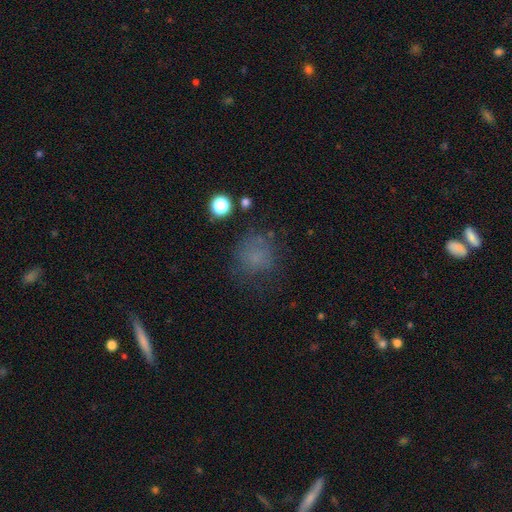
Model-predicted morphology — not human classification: type=smooth (67%); roundness=round (85%); merging=none (66%).